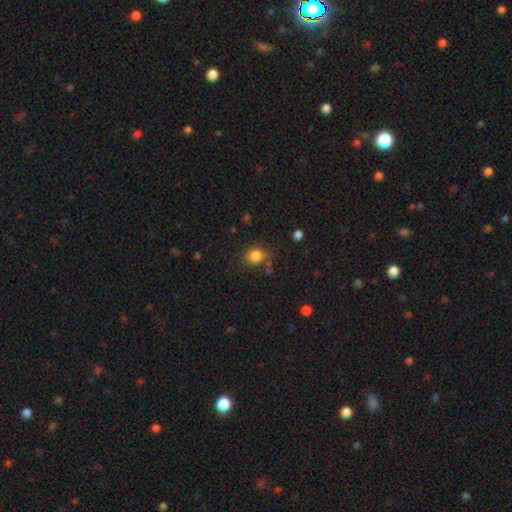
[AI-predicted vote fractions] A smooth galaxy with no disk features (83%) that is round (68%). Merging: none (73%).